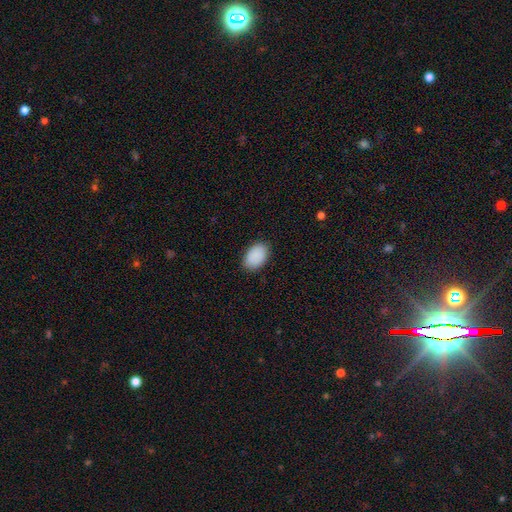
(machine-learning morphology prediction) A smooth galaxy with no disk features (91%) that is in between round and cigar-shaped (90%). Merging: none (87%).